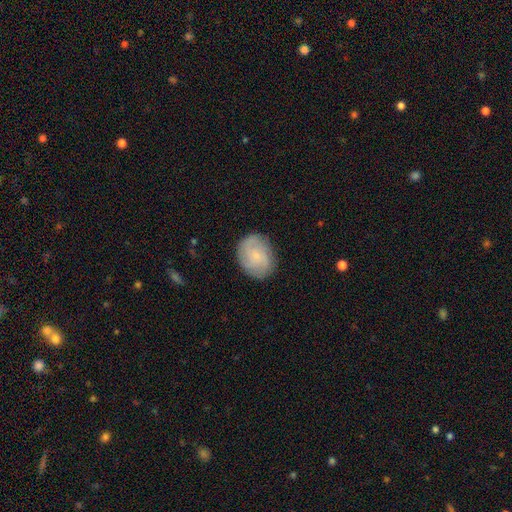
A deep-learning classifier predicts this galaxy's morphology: A smooth galaxy with no disk features (51%) that is in between round and cigar-shaped (52%). Merging: none (82%).